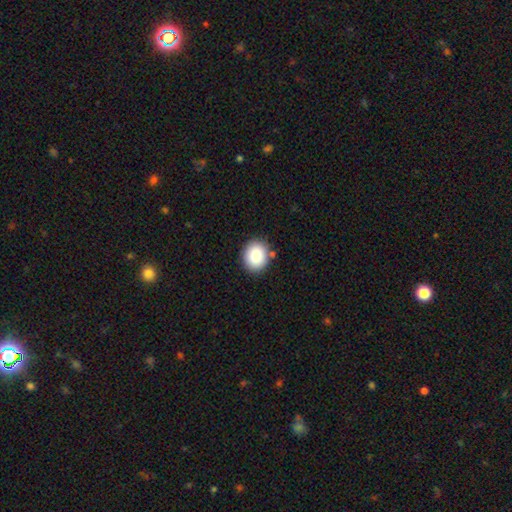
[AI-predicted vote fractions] The model was most divided on "how rounded": round: 68%, in between: 32%, cigar-shaped: 1%. More confident: merging — none (86%); smooth or featured — smooth (84%).